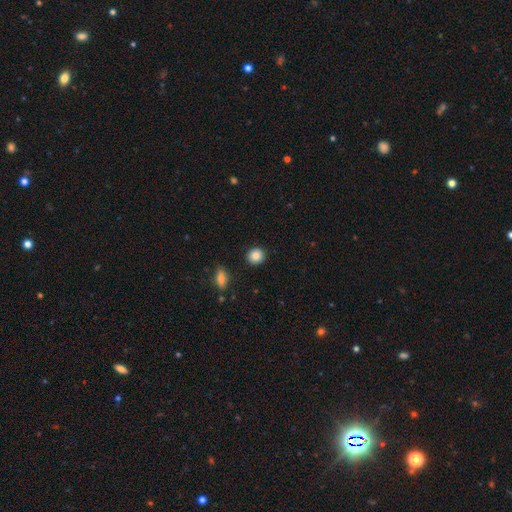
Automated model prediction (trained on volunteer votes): smooth-or-featured: smooth: 86% | star or artifact: 9% | featured or disk: 5%
  how-rounded: round: 84% | in between: 15% | cigar-shaped: 1%
  merging: none: 90% | minor disturbance: 6% | major disturbance: 2% | merger: 2%